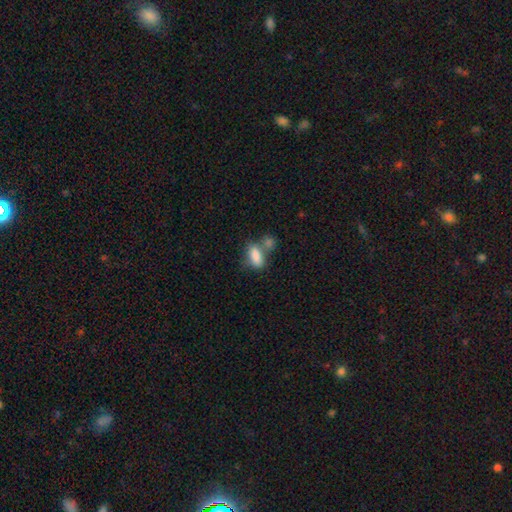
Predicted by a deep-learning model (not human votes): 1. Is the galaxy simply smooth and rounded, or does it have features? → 83% smooth, 9% featured or disk, 8% star or artifact.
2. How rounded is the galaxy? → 81% in between, 13% cigar-shaped, 6% round.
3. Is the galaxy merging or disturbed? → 40% none, 38% merger, 14% minor disturbance, 7% major disturbance.